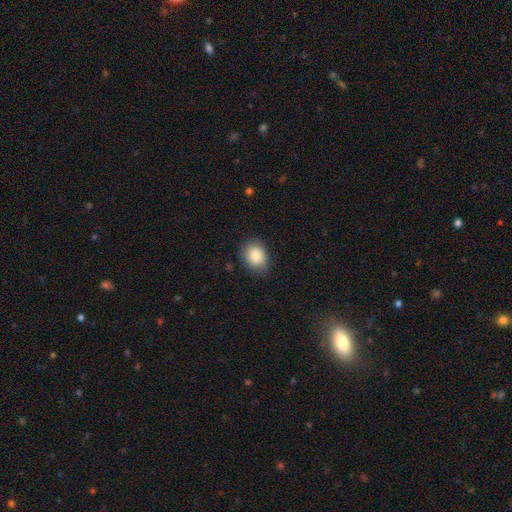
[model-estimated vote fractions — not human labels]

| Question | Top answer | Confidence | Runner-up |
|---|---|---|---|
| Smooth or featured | smooth | 86% | star or artifact (8%) |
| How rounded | in between | 50% | round (49%) |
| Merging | none | 79% | minor disturbance (16%) |